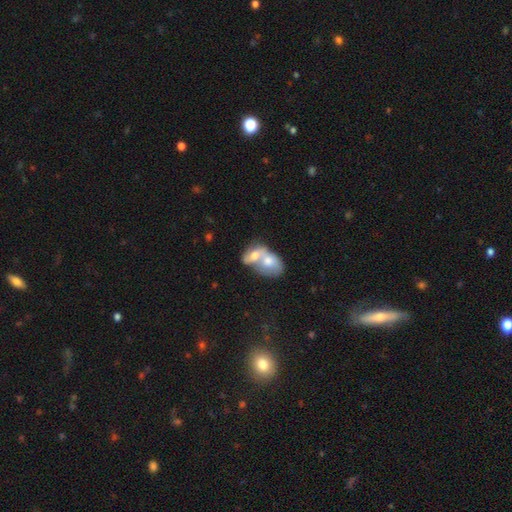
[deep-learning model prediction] Overall: smooth (56%; featured or disk 36%). How rounded: in between (76%). Merging: merger (82%).